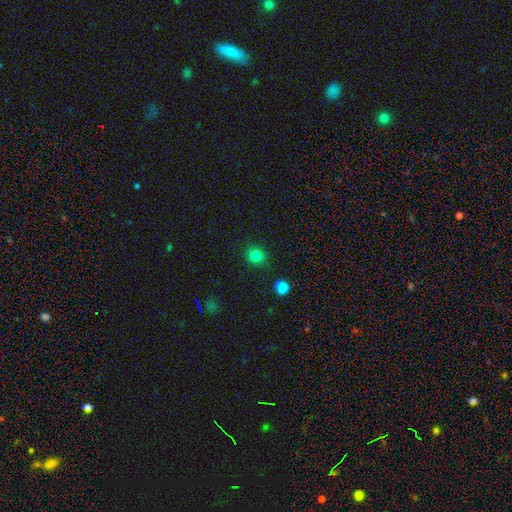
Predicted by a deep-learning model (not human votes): smooth_or_featured: smooth (p=0.82) [alt: star or artifact p=0.13]
how_rounded: round (p=0.85) [alt: in between p=0.15]
merging: none (p=0.89) [alt: minor disturbance p=0.07]